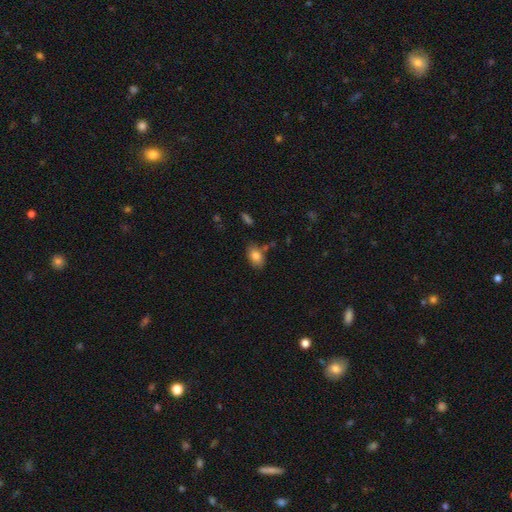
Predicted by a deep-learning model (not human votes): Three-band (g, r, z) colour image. It shows a smooth galaxy with no disk features (83%) that is in between round and cigar-shaped (87%). Merging: none (73%).